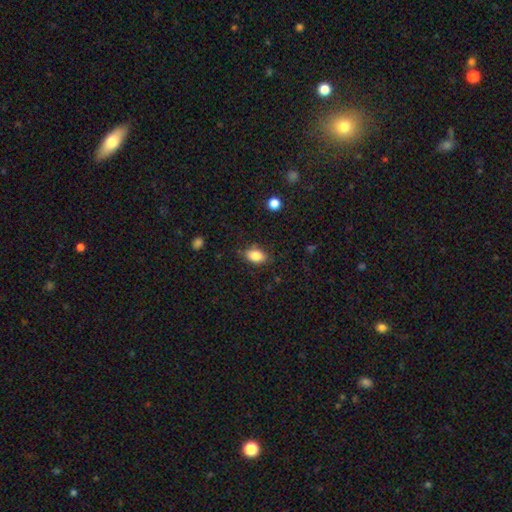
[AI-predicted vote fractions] This is clearly a smooth galaxy (84%). How rounded: clearly in between (87%). Merging: likely none (78%).